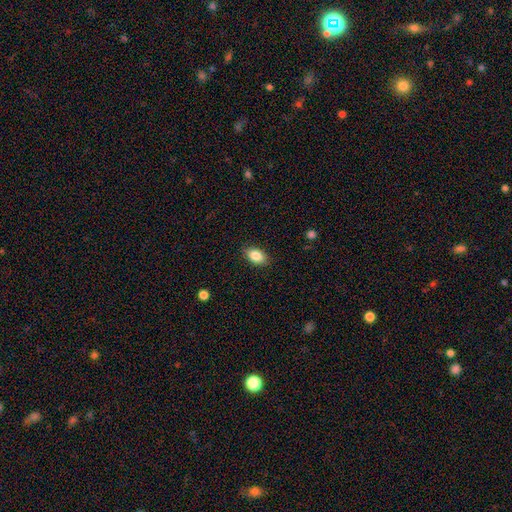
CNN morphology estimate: Smooth or featured? smooth (85%)
How rounded? in between (89%)
Merging? none (88%)